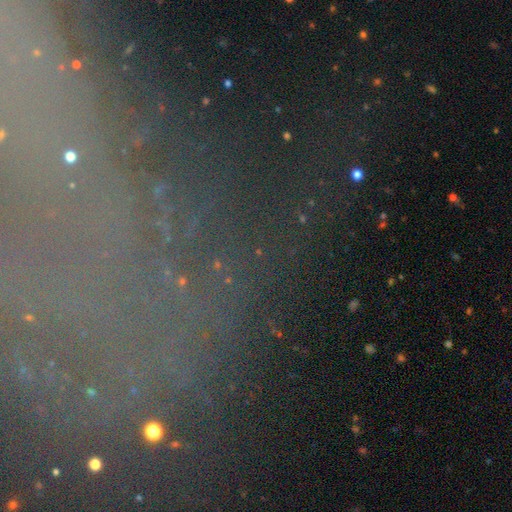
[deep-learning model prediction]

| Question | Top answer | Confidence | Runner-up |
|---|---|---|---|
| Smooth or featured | star or artifact | 69% | featured or disk (16%) |